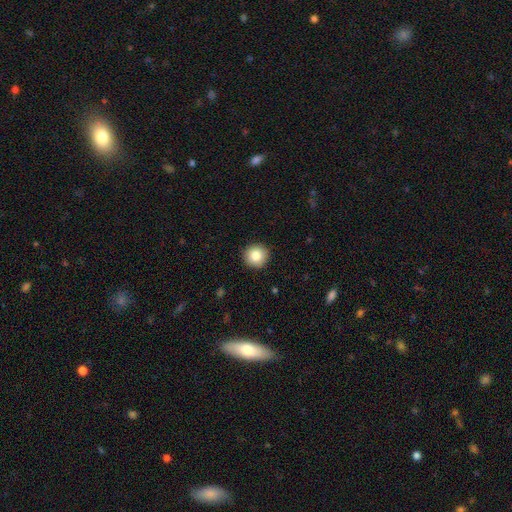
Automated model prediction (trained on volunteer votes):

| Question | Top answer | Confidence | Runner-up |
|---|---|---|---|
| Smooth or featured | smooth | 84% | star or artifact (9%) |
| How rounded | round | 95% | in between (4%) |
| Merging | none | 93% | minor disturbance (5%) |